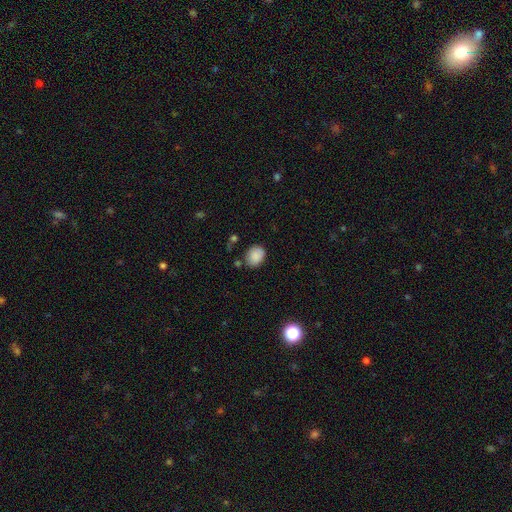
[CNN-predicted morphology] smooth_or_featured: smooth (p=0.87) [alt: star or artifact p=0.09]
how_rounded: round (p=0.51) [alt: in between p=0.48]
merging: none (p=0.75) [alt: minor disturbance p=0.17]